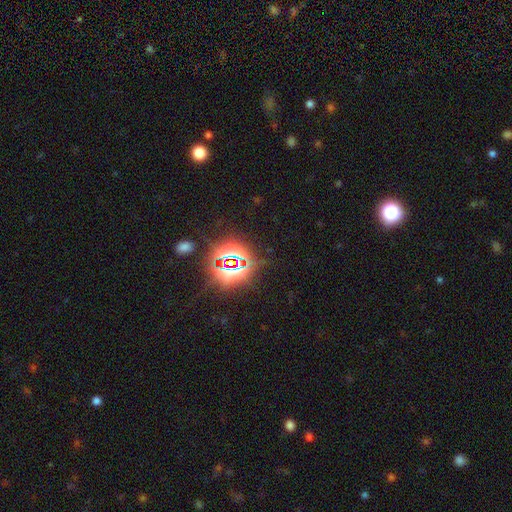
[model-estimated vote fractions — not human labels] The model was most divided on "smooth or featured": star or artifact: 82%, smooth: 11%, featured or disk: 7%.